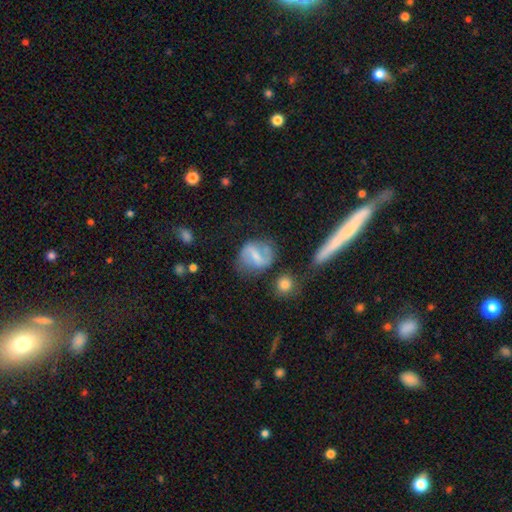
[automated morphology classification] The model was most divided on "bar": strong: 45%, weak: 40%, no: 15%. Remaining: edge-on disk — no (96%); spiral arms — yes (77%); merging — none (62%); smooth or featured — featured or disk (60%); bulge size — small (43%).